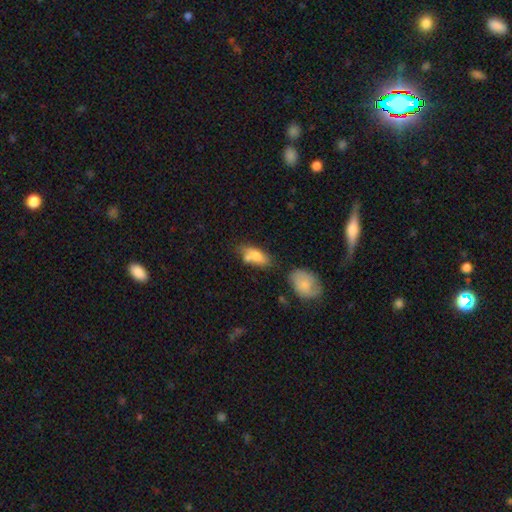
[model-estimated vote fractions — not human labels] A smooth galaxy with no disk features (72%) that is in between round and cigar-shaped (80%). Merging: none (49%).